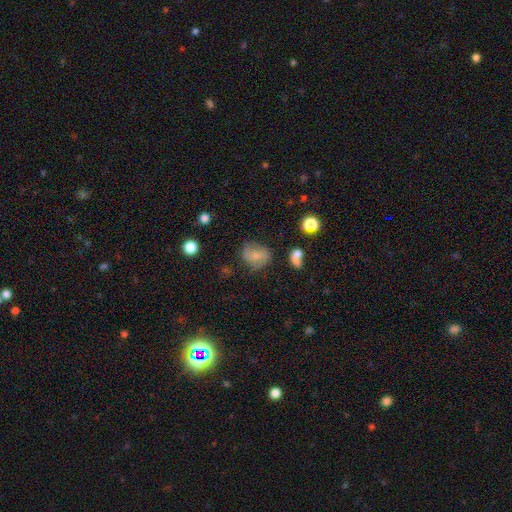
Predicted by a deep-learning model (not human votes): Morphology: type=smooth (53%); roundness=round (55%); merging=none (61%).